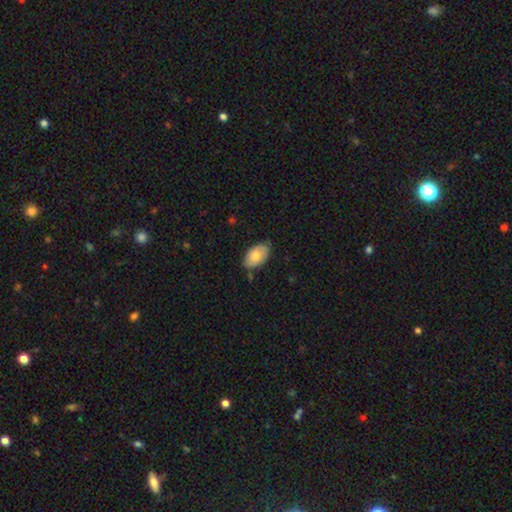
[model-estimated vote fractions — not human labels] The model was most divided on "merging": none: 75%, minor disturbance: 20%, major disturbance: 3%, merger: 2%. More confident: how rounded — in between (94%); smooth or featured — smooth (77%).